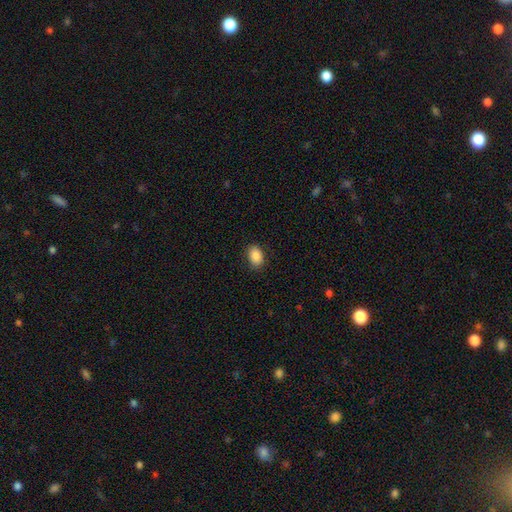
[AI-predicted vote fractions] Q: Smooth or featured?
A: smooth (87%); runner-up: star or artifact (8%)
Q: How rounded?
A: in between (79%); runner-up: round (20%)
Q: Merging?
A: none (87%); runner-up: minor disturbance (10%)